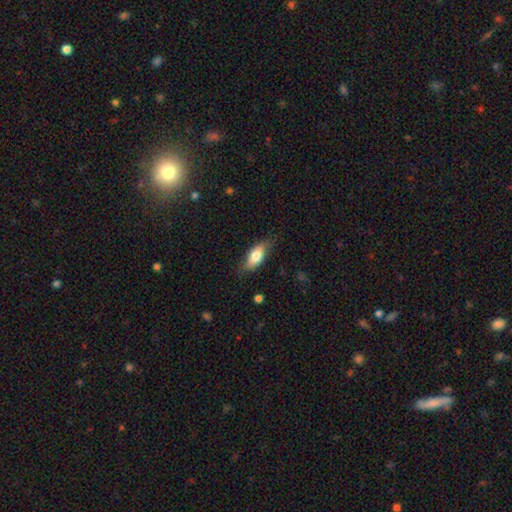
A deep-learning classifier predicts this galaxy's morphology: smooth 69%, featured or disk 25%, star or artifact 6%. Down the decision tree: how rounded — in between (80%); merging — none (73%).